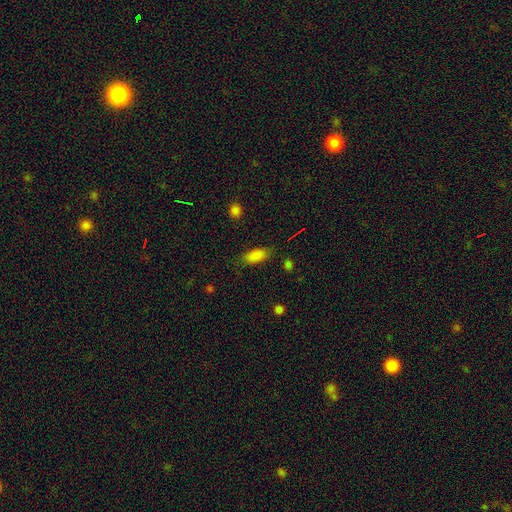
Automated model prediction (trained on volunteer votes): Smooth or featured? Predicted: smooth (p=0.85). How rounded? Predicted: in between (p=0.86). Merging? Predicted: none (p=0.79).